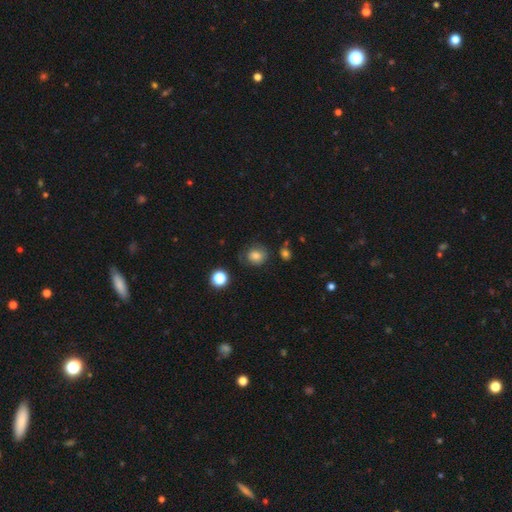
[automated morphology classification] Overall: smooth (78%). How rounded: round (75%). Merging: none (69%).